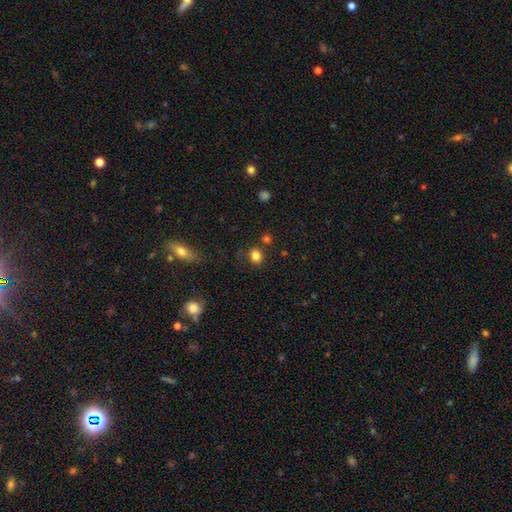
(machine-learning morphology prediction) A smooth galaxy with no disk features (82%) that is round (75%).

Vote fractions:
- Smooth or featured? smooth: 82% / star or artifact: 13% / featured or disk: 5%
- How rounded? round: 75% / in between: 24% / cigar-shaped: 1%
- Merging? none: 78% / minor disturbance: 11% / merger: 7% / major disturbance: 4%